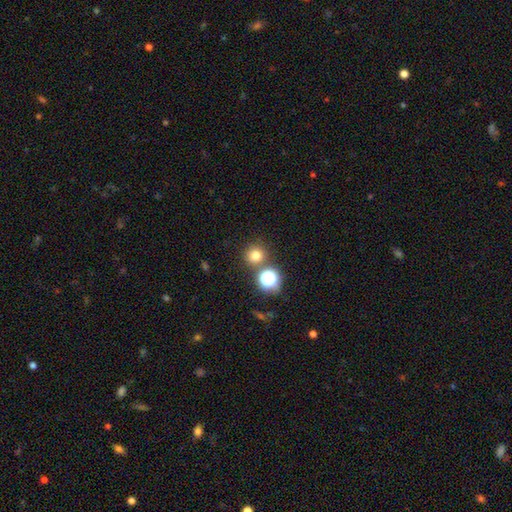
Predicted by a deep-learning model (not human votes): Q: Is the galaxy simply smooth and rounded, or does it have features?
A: smooth — 73%.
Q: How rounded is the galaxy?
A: round — 92%.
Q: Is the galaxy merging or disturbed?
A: none — 78%.